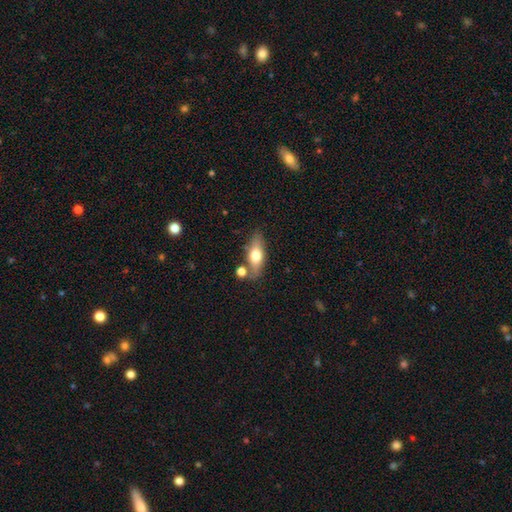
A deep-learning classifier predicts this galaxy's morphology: smooth-or-featured: smooth: 59% | featured or disk: 34% | star or artifact: 7%
  how-rounded: in between: 64% | cigar-shaped: 31% | round: 5%
  merging: none: 72% | minor disturbance: 13% | merger: 11% | major disturbance: 4%